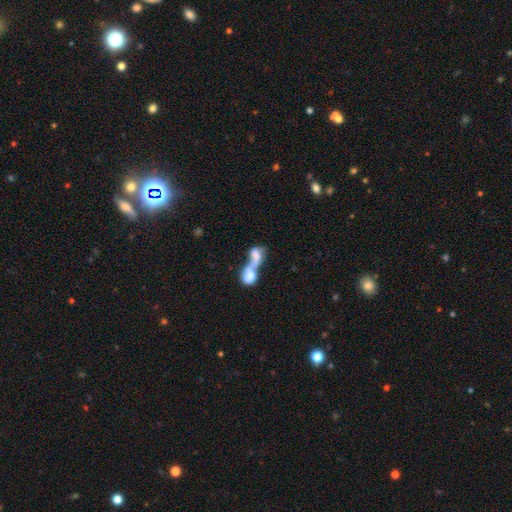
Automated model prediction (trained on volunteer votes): smooth 60%, featured or disk 31%, star or artifact 9%. Down the decision tree: how rounded — in between (65%); merging — merger (82%).